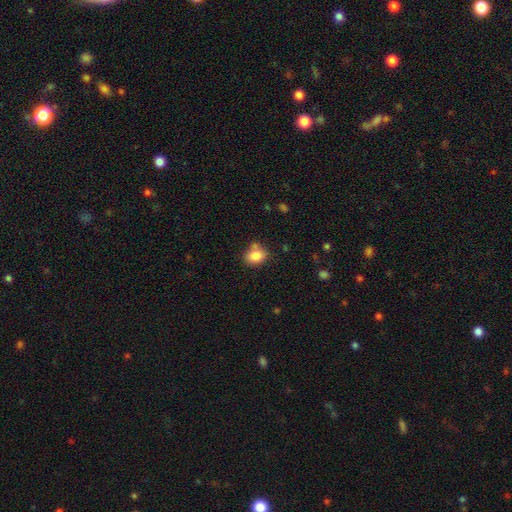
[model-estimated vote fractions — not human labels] Smooth or featured?
  - smooth: 84% *
  - star or artifact: 9%
  - featured or disk: 7%
How rounded?
  - in between: 66% *
  - round: 33%
  - cigar-shaped: 1%
Merging?
  - none: 67% *
  - minor disturbance: 16%
  - merger: 13%
  - major disturbance: 4%